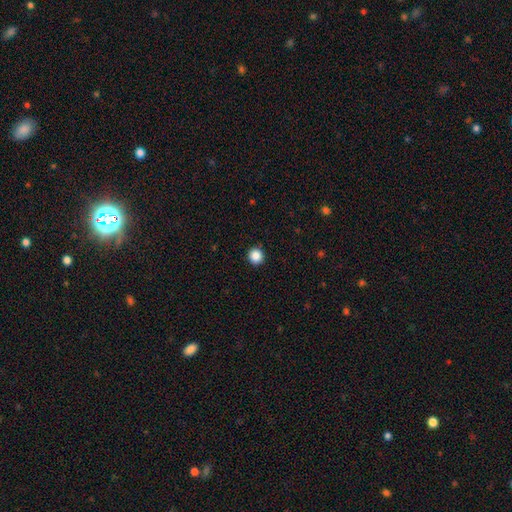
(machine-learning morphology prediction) Smooth or featured? Predicted: smooth (p=0.87). How rounded? Predicted: round (p=0.94). Merging? Predicted: none (p=0.93).